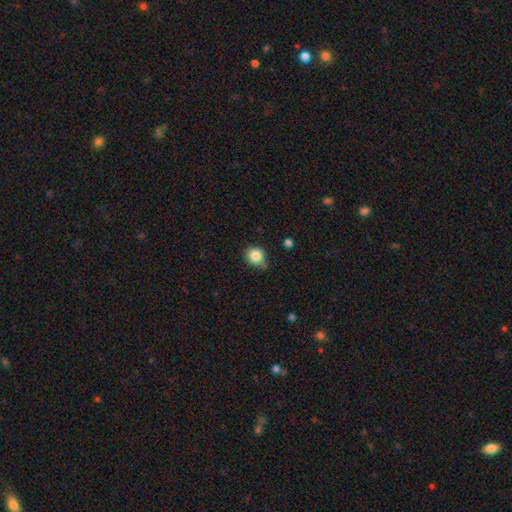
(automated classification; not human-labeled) smooth_or_featured: smooth (p=0.84) [alt: star or artifact p=0.10]
how_rounded: round (p=0.82) [alt: in between p=0.17]
merging: none (p=0.68) [alt: minor disturbance p=0.22]